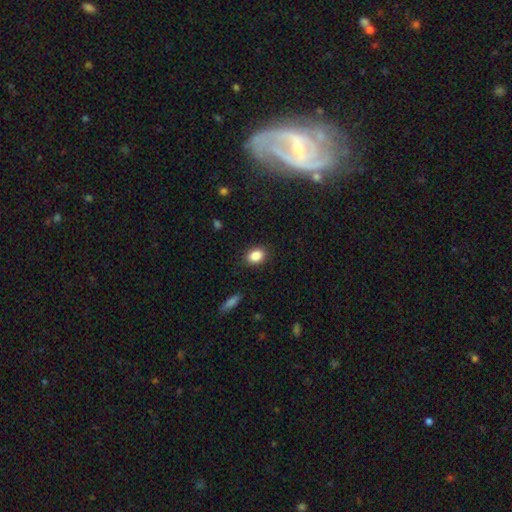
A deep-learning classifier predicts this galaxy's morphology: smooth 86%, star or artifact 9%, featured or disk 5%. Down the decision tree: how rounded — in between (72%); merging — none (87%).